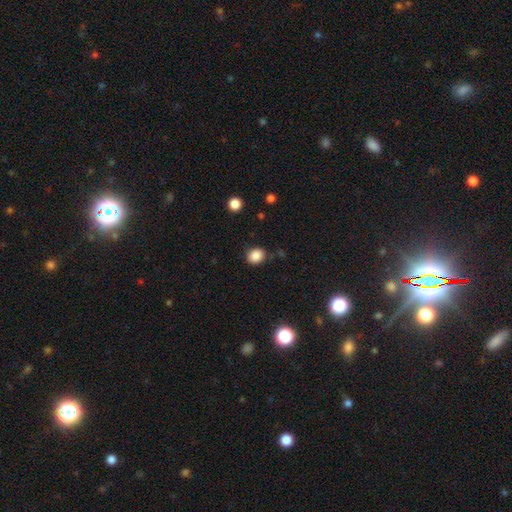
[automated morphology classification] type=smooth (86%); roundness=round (59%); merging=none (81%).